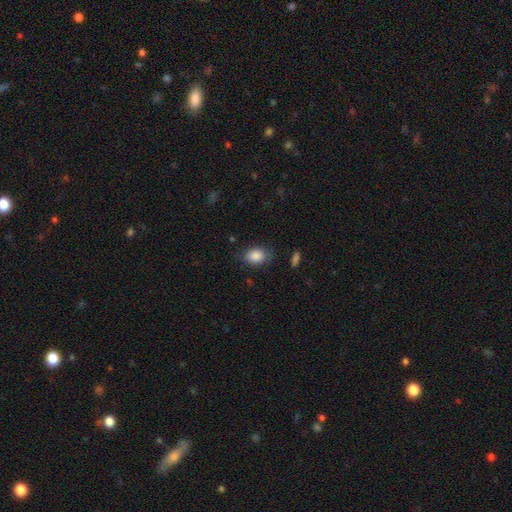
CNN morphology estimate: Smooth or featured: smooth — 86% (star or artifact — 8%)
How rounded: in between — 69% (round — 30%)
Merging: none — 75% (minor disturbance — 19%)